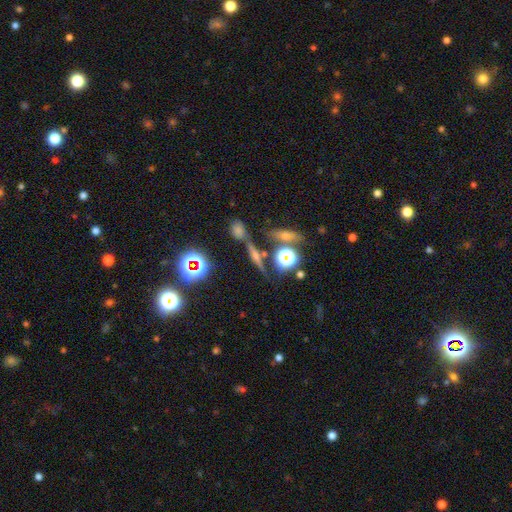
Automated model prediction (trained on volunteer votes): Morphology: type=featured or disk (43%); merging=none (76%).